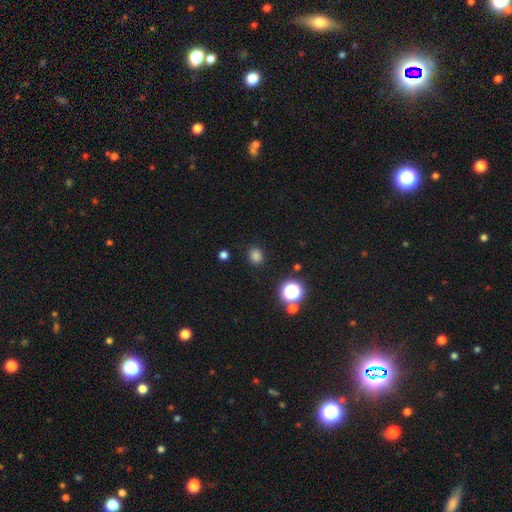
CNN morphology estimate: Smooth or featured? Predicted: smooth (p=0.80). How rounded? Predicted: round (p=0.71). Merging? Predicted: none (p=0.87).